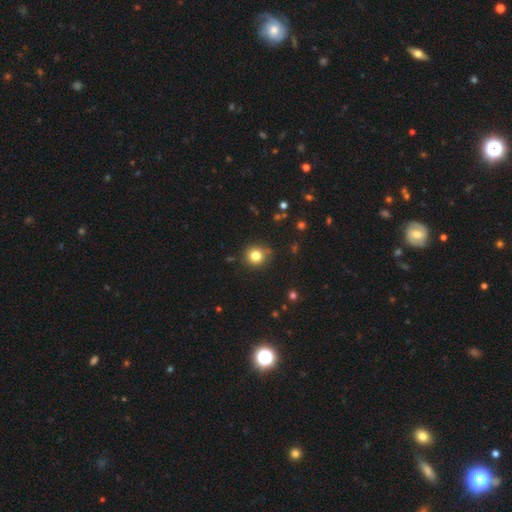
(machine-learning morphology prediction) A smooth galaxy with no disk features (81%) that is round (91%).

Vote fractions:
- Smooth or featured? smooth: 81% / star or artifact: 13% / featured or disk: 7%
- How rounded? round: 91% / in between: 8% / cigar-shaped: 1%
- Merging? none: 84% / minor disturbance: 11% / major disturbance: 3% / merger: 3%